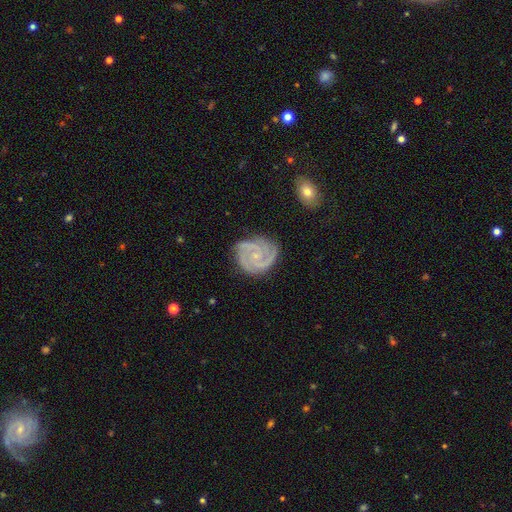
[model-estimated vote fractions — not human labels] A featured or disk galaxy (90%) with no bar (69%), 3 (52%) tight (65%) spiral arms (98%) and a small central bulge (77%).

Vote fractions:
- Smooth or featured? featured or disk: 90% / smooth: 5% / star or artifact: 5%
- Edge-on disk? no: 98% / yes: 2%
- Bar? no: 69% / weak: 24% / strong: 6%
- Spiral arms? yes: 98% / no: 2%
- Spiral winding? tight: 65% / medium: 31% / loose: 4%
- Spiral arm count? 3: 52% / 2: 26% / 4: 7% / can't tell: 7% / 1: 4% / more than 4: 4%
- Bulge size? small: 77% / moderate: 16% / none: 5% / large: 1% / dominant: 1%
- Merging? none: 76% / minor disturbance: 17% / major disturbance: 5% / merger: 2%